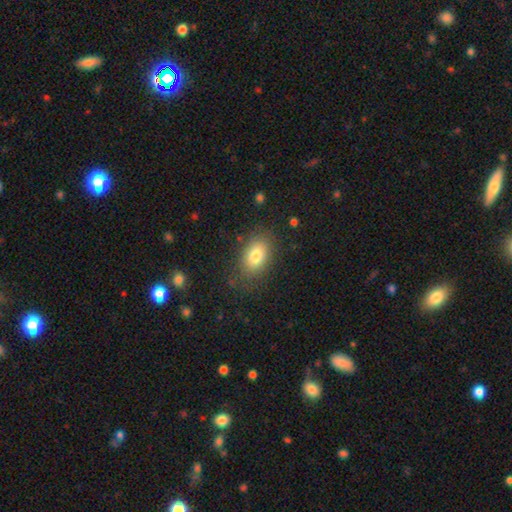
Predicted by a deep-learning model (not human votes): Smooth or featured?
  - smooth: 80% *
  - featured or disk: 11%
  - star or artifact: 9%
How rounded?
  - in between: 86% *
  - round: 13%
  - cigar-shaped: 2%
Merging?
  - none: 78% *
  - minor disturbance: 15%
  - major disturbance: 5%
  - merger: 2%